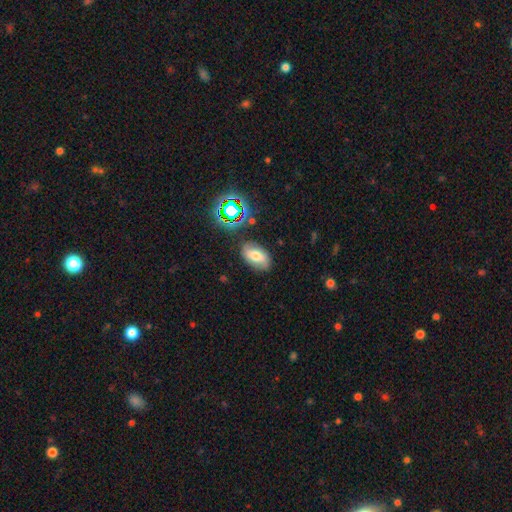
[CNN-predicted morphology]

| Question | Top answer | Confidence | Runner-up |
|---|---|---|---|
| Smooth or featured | smooth | 53% | featured or disk (32%) |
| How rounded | in between | 89% | round (9%) |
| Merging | none | 81% | minor disturbance (13%) |